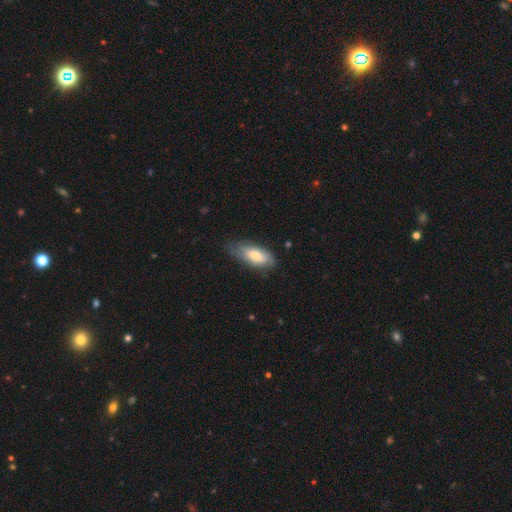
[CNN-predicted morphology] A smooth galaxy with no disk features (69%) that is in between round and cigar-shaped (83%).

Vote fractions:
- Smooth or featured? smooth: 69% / featured or disk: 25% / star or artifact: 6%
- How rounded? in between: 83% / cigar-shaped: 15% / round: 2%
- Merging? none: 59% / minor disturbance: 31% / major disturbance: 8% / merger: 1%